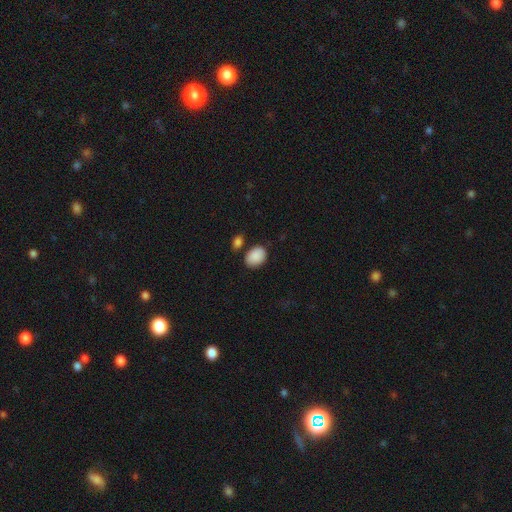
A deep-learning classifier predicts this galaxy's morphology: This is clearly a smooth galaxy (90%). How rounded: likely in between (73%). Merging: likely none (73%).